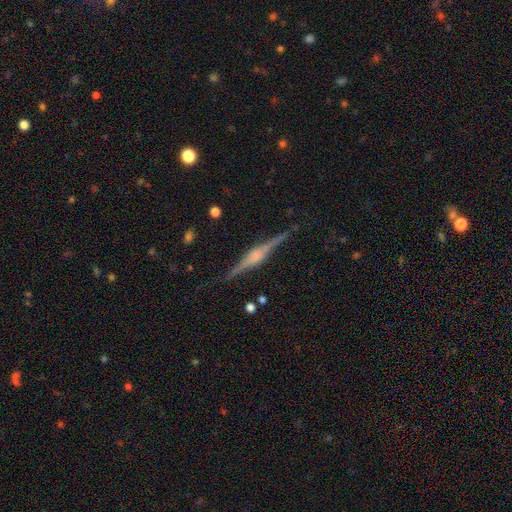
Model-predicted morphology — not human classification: A featured or disk galaxy (85%) viewed edge-on (98%) with a rounded central bulge (73%).

Vote fractions:
- Smooth or featured? featured or disk: 85% / smooth: 9% / star or artifact: 6%
- Edge-on disk? yes: 98% / no: 2%
- Edge-on bulge? rounded: 73% / boxy: 23% / none: 4%
- Merging? none: 88% / minor disturbance: 9% / major disturbance: 2% / merger: 1%